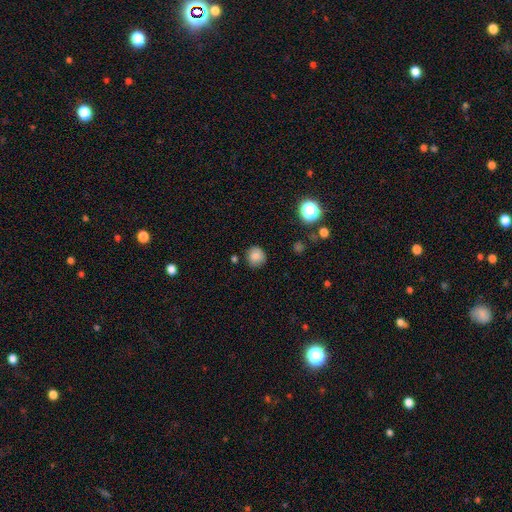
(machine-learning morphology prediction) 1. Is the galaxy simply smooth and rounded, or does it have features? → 82% smooth, 11% star or artifact, 6% featured or disk.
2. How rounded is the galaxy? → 89% round, 10% in between, 1% cigar-shaped.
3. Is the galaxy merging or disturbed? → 84% none, 11% minor disturbance, 3% major disturbance, 2% merger.